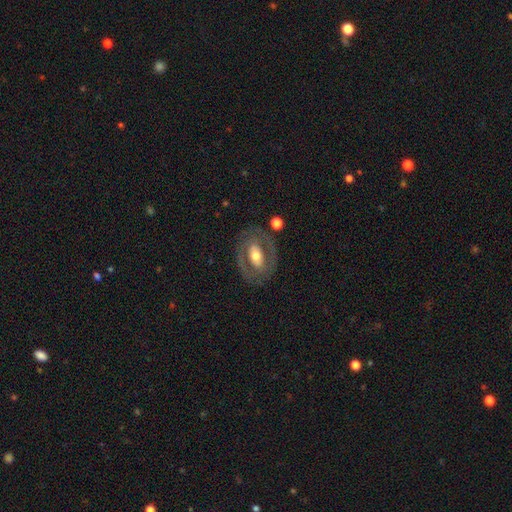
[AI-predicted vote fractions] featured or disk 62%, smooth 32%, star or artifact 6%. Down the decision tree: edge-on disk — no (93%); bar — no (44%); spiral arms — no (61%); bulge size — moderate (63%); merging — none (75%).